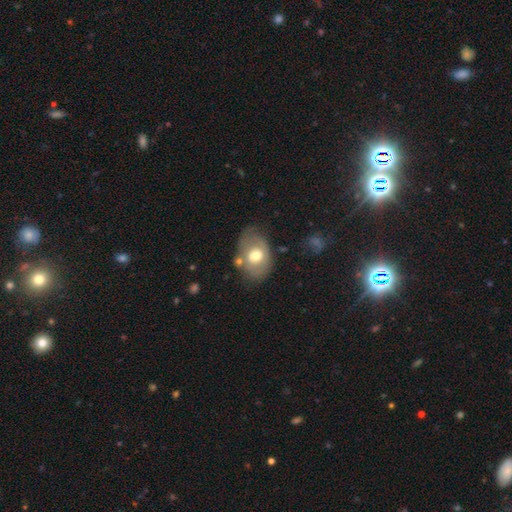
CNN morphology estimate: A smooth galaxy with no disk features (55%) that is in between round and cigar-shaped (75%). Merging: none (60%).